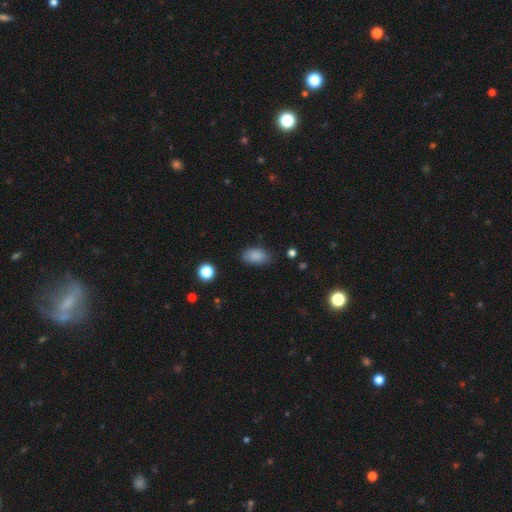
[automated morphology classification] Smooth or featured?
  - smooth: 87% *
  - star or artifact: 9%
  - featured or disk: 5%
How rounded?
  - in between: 91% *
  - round: 7%
  - cigar-shaped: 2%
Merging?
  - none: 78% *
  - minor disturbance: 17%
  - major disturbance: 4%
  - merger: 2%